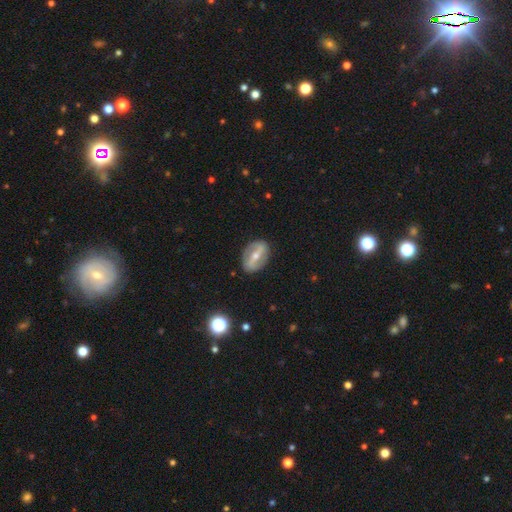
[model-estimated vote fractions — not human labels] Morphology: type=featured or disk (73%); edge-on=no (89%); bar=strong (67%); spiral arms=yes (56%); bulge=moderate (52%); merging=none (85%).